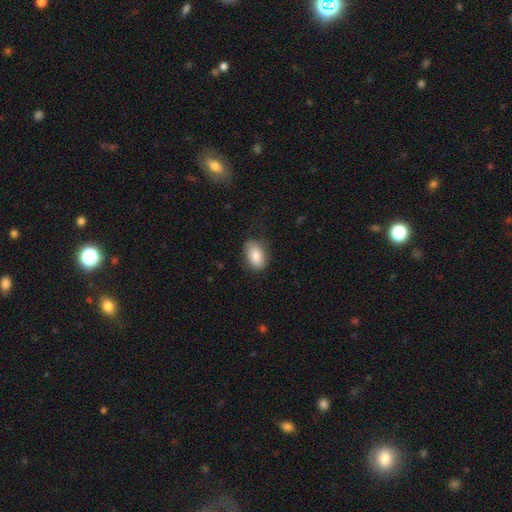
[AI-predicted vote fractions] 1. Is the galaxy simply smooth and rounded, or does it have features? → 79% smooth, 14% featured or disk, 7% star or artifact.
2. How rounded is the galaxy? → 87% in between, 12% round, 1% cigar-shaped.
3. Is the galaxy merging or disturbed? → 73% none, 20% minor disturbance, 6% major disturbance, 1% merger.